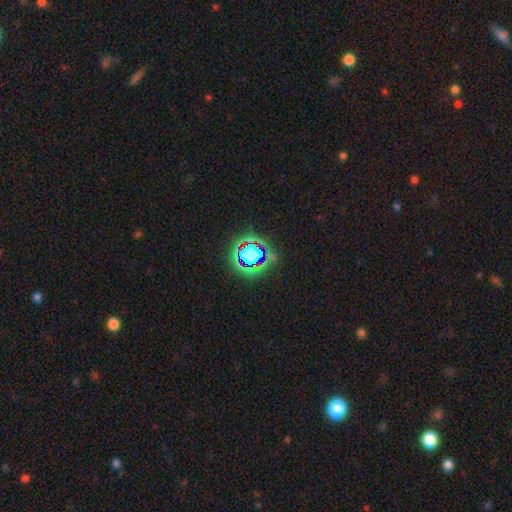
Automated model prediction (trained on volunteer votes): This appears to be a star or artifact, not a galaxy (78%).